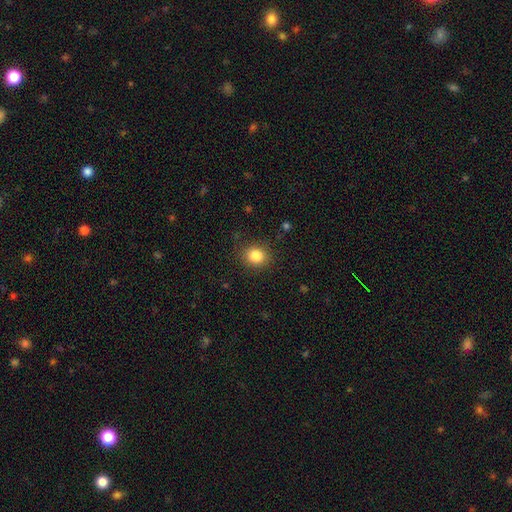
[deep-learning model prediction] smooth_or_featured: smooth (p=0.84) [alt: star or artifact p=0.10]
how_rounded: round (p=0.72) [alt: in between p=0.27]
merging: none (p=0.86) [alt: minor disturbance p=0.10]